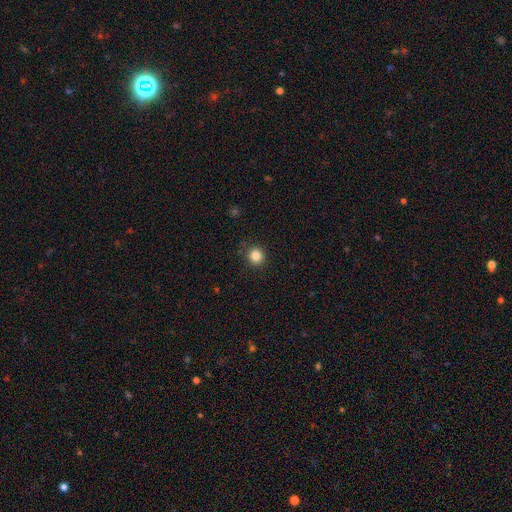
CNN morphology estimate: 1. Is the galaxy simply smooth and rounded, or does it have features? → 85% smooth, 11% star or artifact, 4% featured or disk.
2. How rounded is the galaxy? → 90% round, 9% in between, 1% cigar-shaped.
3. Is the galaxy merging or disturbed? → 89% none, 8% minor disturbance, 2% major disturbance, 1% merger.